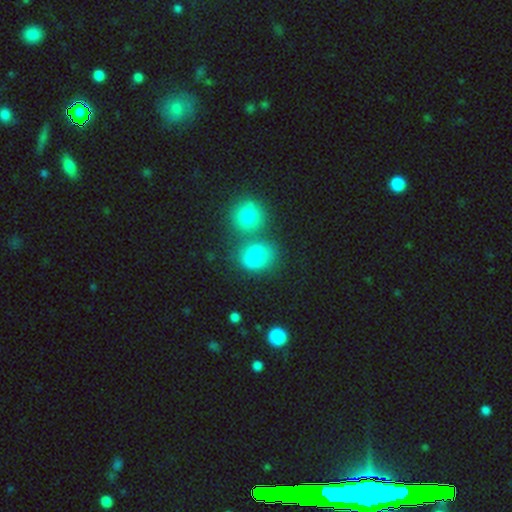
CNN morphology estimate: The model was most divided on "merging": none: 55%, merger: 28%, minor disturbance: 12%, major disturbance: 6%. More confident: smooth or featured — smooth (76%); how rounded — round (64%).